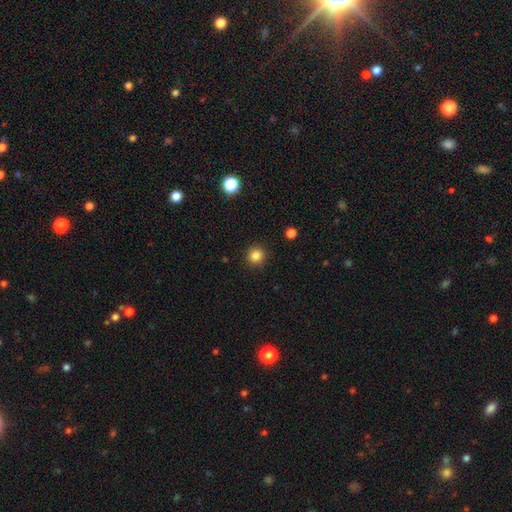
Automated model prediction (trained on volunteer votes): Smooth or featured? smooth (84%)
How rounded? round (93%)
Merging? none (91%)